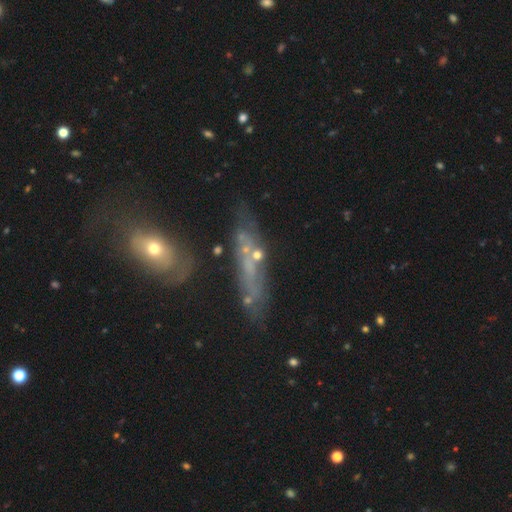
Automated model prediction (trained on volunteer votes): A featured or disk galaxy (50%). Merging: none (60%).